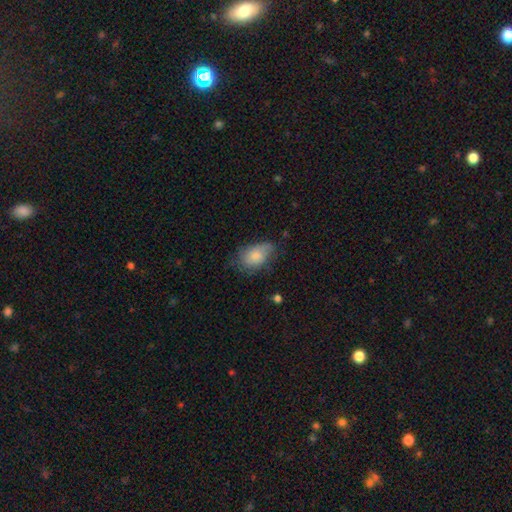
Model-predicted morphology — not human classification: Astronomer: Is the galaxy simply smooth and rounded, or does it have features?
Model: smooth — 79%.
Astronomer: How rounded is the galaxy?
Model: in between — 89%.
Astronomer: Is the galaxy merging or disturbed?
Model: none — 51% (runner-up: minor disturbance, 35%).